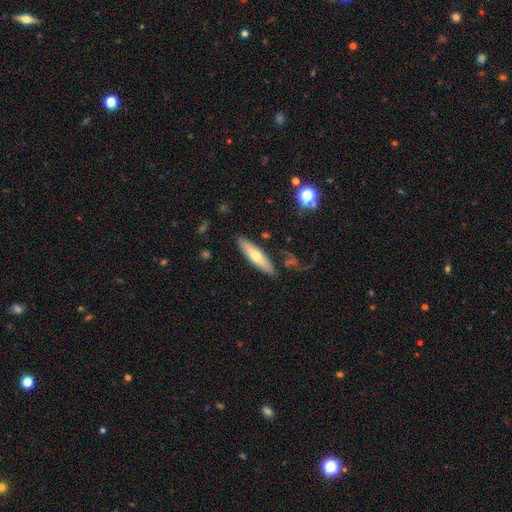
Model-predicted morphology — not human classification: Smooth or featured? smooth (57%)
How rounded? cigar-shaped (70%)
Merging? none (84%)